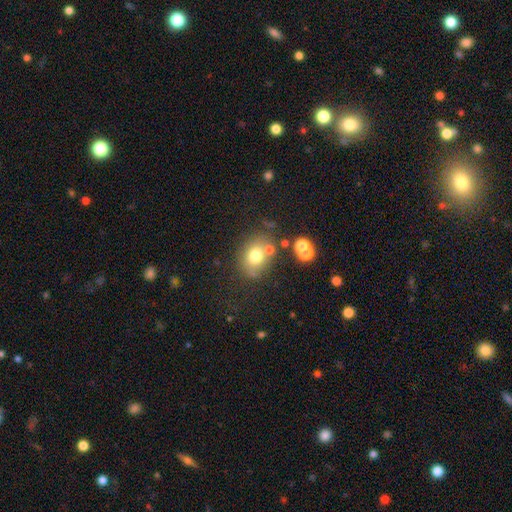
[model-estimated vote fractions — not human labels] Smooth or featured?
  - smooth: 71% *
  - featured or disk: 15%
  - star or artifact: 14%
How rounded?
  - round: 54% *
  - in between: 45%
  - cigar-shaped: 1%
Merging?
  - none: 63% *
  - merger: 15%
  - minor disturbance: 15%
  - major disturbance: 7%